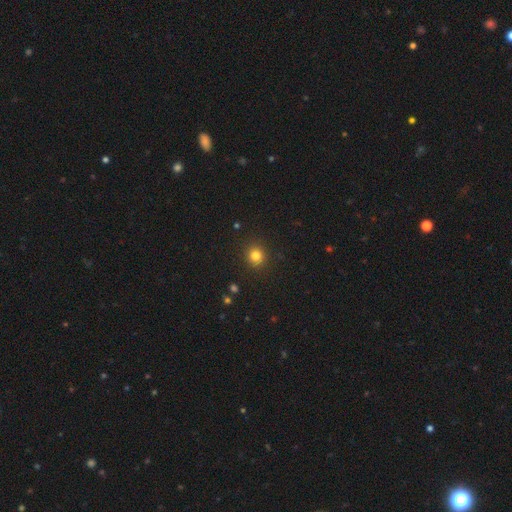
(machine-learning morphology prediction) smooth-or-featured: smooth: 82% | star or artifact: 13% | featured or disk: 5%
  how-rounded: round: 88% | in between: 11% | cigar-shaped: 1%
  merging: none: 91% | minor disturbance: 6% | major disturbance: 2% | merger: 1%